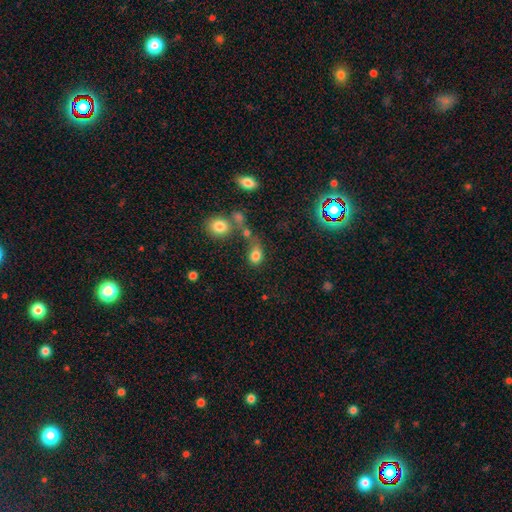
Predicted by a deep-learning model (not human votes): Smooth or featured? smooth (79%)
How rounded? in between (51%)
Merging? none (44%)